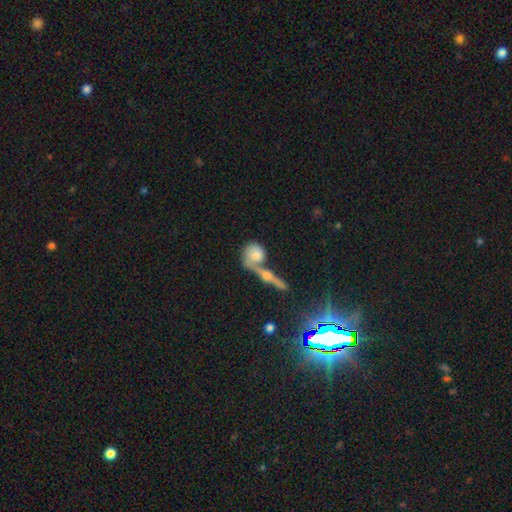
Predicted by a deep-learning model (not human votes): This appears to be a smooth galaxy with no disk features (54%) that is round (62%). Merging: merger (49%).